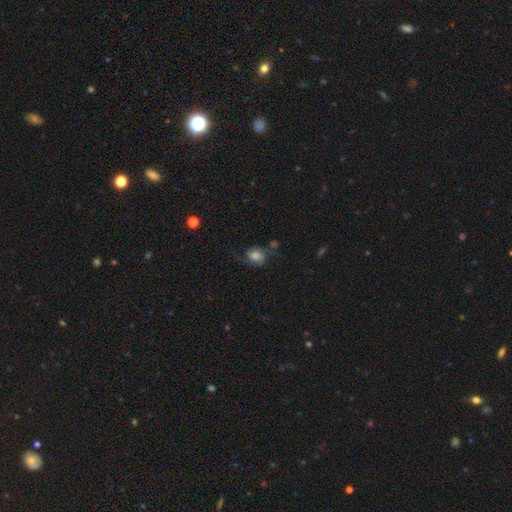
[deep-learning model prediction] This is possibly a featured or disk galaxy (45%). Merging: possibly none (54%).